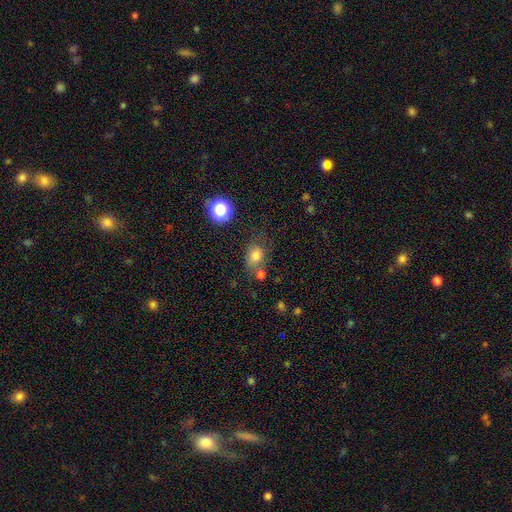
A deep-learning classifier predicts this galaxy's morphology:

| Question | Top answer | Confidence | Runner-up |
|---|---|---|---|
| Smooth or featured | smooth | 77% | star or artifact (13%) |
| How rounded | in between | 56% | round (42%) |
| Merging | none | 54% | minor disturbance (20%) |